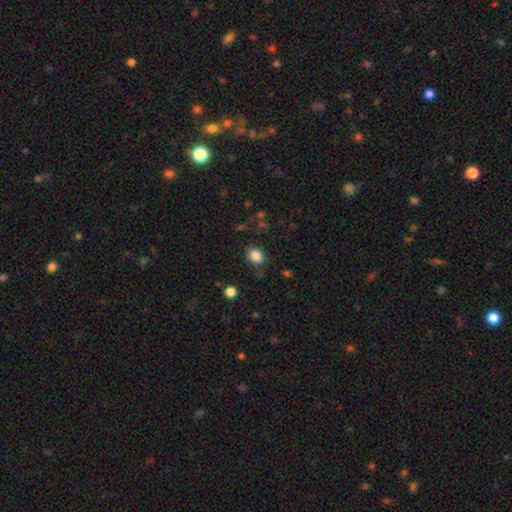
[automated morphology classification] A smooth galaxy with no disk features (85%) that is round (65%). Merging: none (81%).